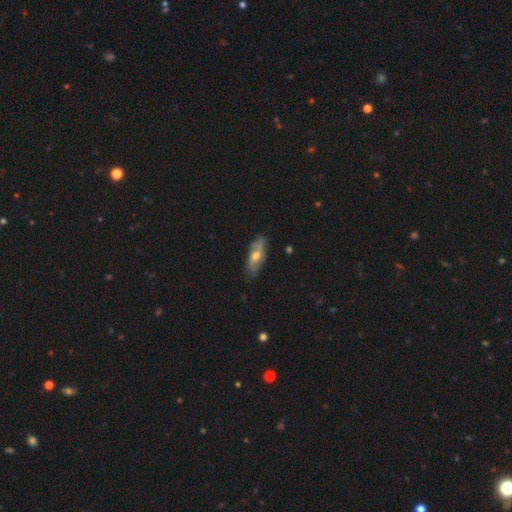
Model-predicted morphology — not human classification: Smooth or featured?
  - featured or disk: 58% *
  - smooth: 35%
  - star or artifact: 7%
Edge-on disk?
  - no: 66% *
  - yes: 34%
Merging?
  - none: 78% *
  - minor disturbance: 17%
  - major disturbance: 3%
  - merger: 1%